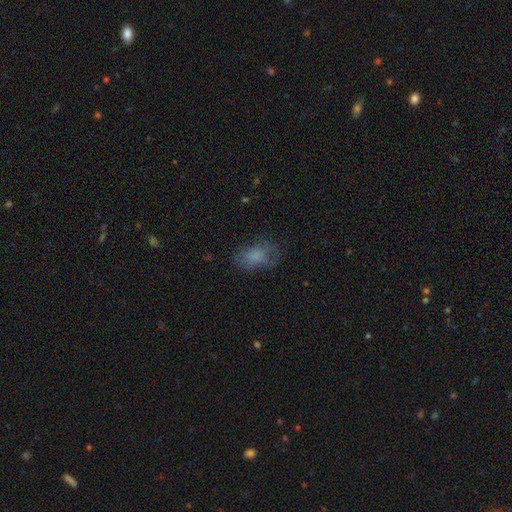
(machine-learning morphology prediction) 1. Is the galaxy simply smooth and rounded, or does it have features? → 68% smooth, 20% featured or disk, 13% star or artifact.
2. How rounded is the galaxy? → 84% in between, 15% round, 2% cigar-shaped.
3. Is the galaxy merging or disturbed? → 56% none, 25% minor disturbance, 18% major disturbance, 2% merger.